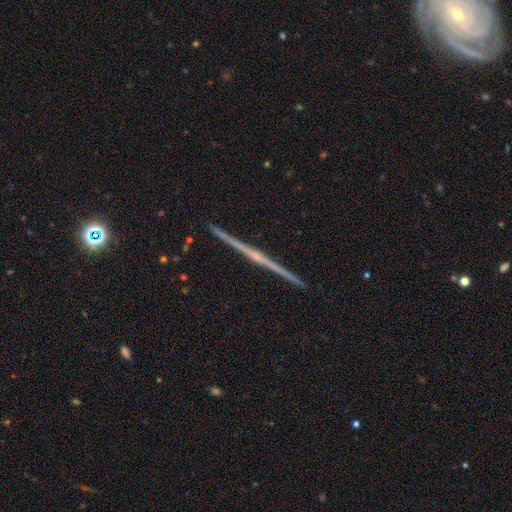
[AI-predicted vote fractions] Morphology: type=featured or disk (82%); edge-on=yes (99%); edge-on bulge=rounded (47%); merging=none (93%).